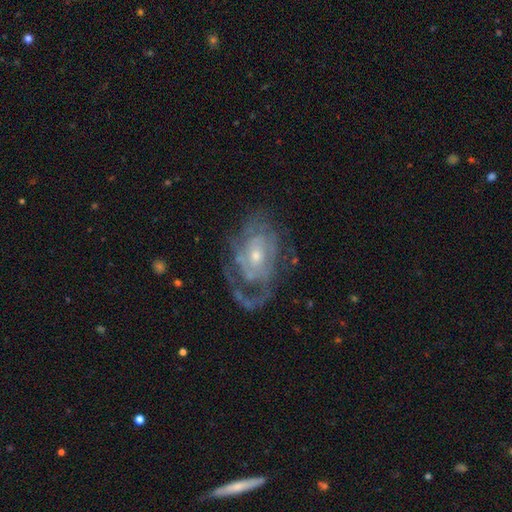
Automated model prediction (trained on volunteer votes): smooth-or-featured: featured or disk: 82% | smooth: 11% | star or artifact: 7%
  disk-edge-on: no: 96% | yes: 4%
    bar: no: 73% | weak: 23% | strong: 4%
    has-spiral-arms: yes: 84% | no: 16%
      spiral-winding: tight: 52% | medium: 33% | loose: 15%
      spiral-arm-count: can't tell: 43% | 2: 24% | 1: 13% | 3: 11% | 4: 5% | more than 4: 4%
    bulge-size: small: 59% | moderate: 37% | large: 2% | none: 2% | dominant: 1%
  merging: none: 52% | major disturbance: 26% | minor disturbance: 20% | merger: 2%